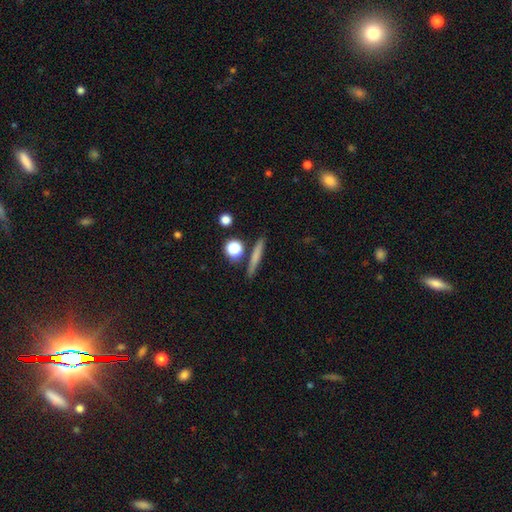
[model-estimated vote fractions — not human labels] A smooth galaxy with no disk features (68%) that is cigar-shaped (79%). Merging: none (83%).